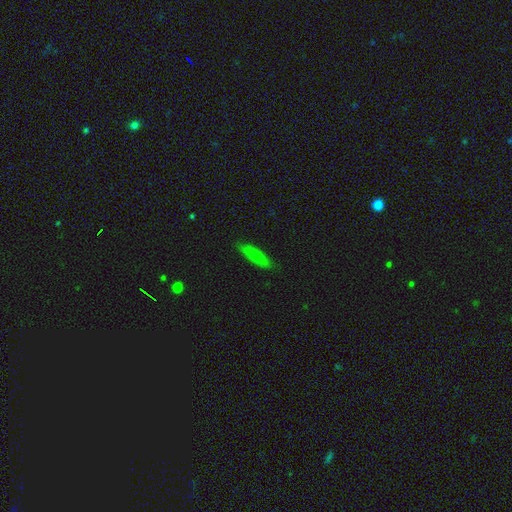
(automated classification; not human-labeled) A smooth galaxy with no disk features (78%) that is cigar-shaped (63%). Merging: none (85%).